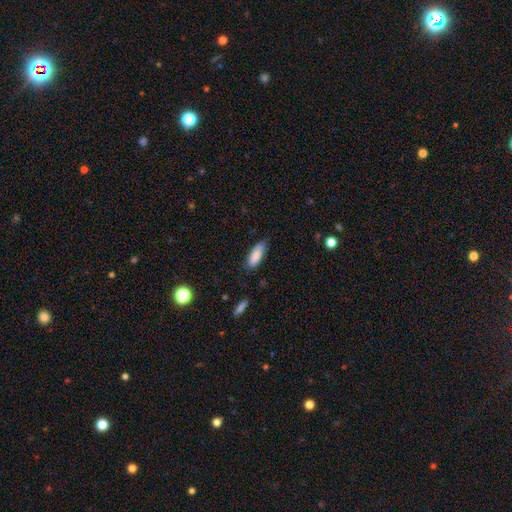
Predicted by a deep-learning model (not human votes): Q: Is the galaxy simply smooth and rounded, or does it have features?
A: smooth — 86%.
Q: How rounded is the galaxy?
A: in between — 68%.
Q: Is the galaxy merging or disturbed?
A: none — 77%.